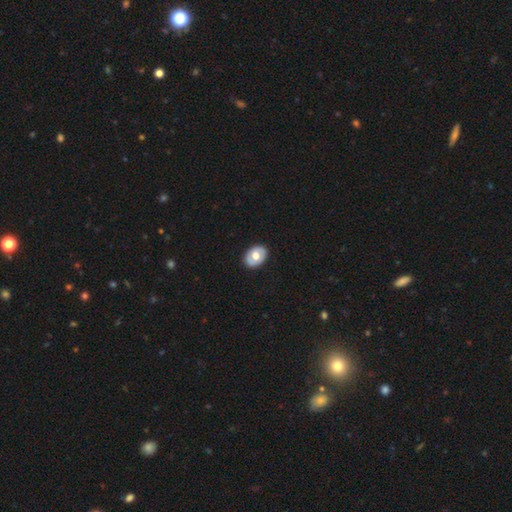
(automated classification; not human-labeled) Smooth or featured: smooth — 58% (featured or disk — 35%)
How rounded: in between — 69% (round — 30%)
Merging: none — 88% (minor disturbance — 9%)